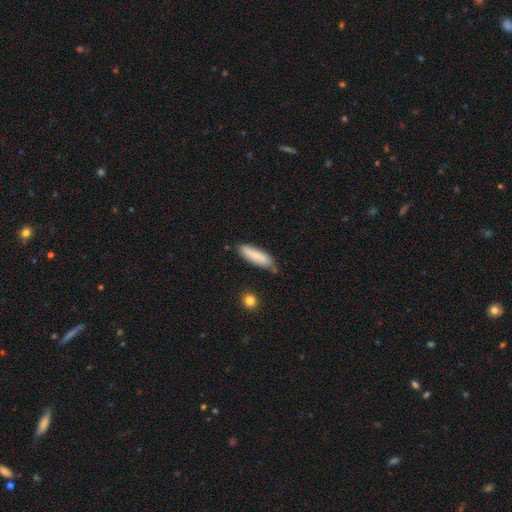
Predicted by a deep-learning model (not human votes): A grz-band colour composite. It shows a smooth galaxy with no disk features (79%) that is cigar-shaped (56%). Merging: none (72%).